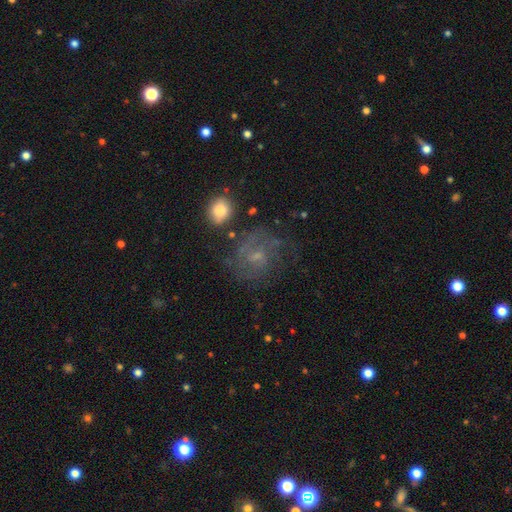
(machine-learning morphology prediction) A featured or disk galaxy (63%) with no bar (50%), medium (46%) spiral arms (81%) and a small central bulge (54%).

Vote fractions:
- Smooth or featured? featured or disk: 63% / smooth: 22% / star or artifact: 14%
- Edge-on disk? no: 98% / yes: 2%
- Bar? no: 50% / weak: 44% / strong: 6%
- Spiral arms? yes: 81% / no: 19%
- Spiral winding? medium: 46% / tight: 34% / loose: 20%
- Spiral arm count? can't tell: 39% / 2: 35% / 3: 11% / 1: 7% / 4: 4% / more than 4: 4%
- Bulge size? small: 54% / moderate: 27% / none: 16% / large: 2% / dominant: 1%
- Merging? none: 58% / minor disturbance: 20% / major disturbance: 19% / merger: 4%